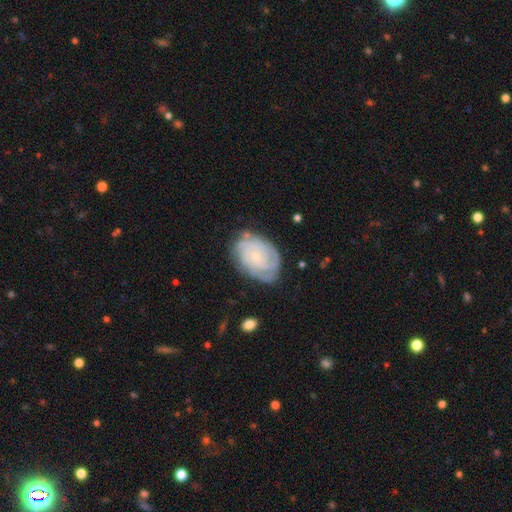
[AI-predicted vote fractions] Smooth or featured: featured or disk — 80% (smooth — 14%)
Edge-on disk: no — 97% (yes — 3%)
Bar: no — 77% (weak — 20%)
Spiral arms: yes — 95% (no — 5%)
Spiral winding: tight — 74% (medium — 21%)
Spiral arm count: can't tell — 33% (3 — 21%)
Bulge size: small — 79% (moderate — 15%)
Merging: none — 74% (minor disturbance — 19%)